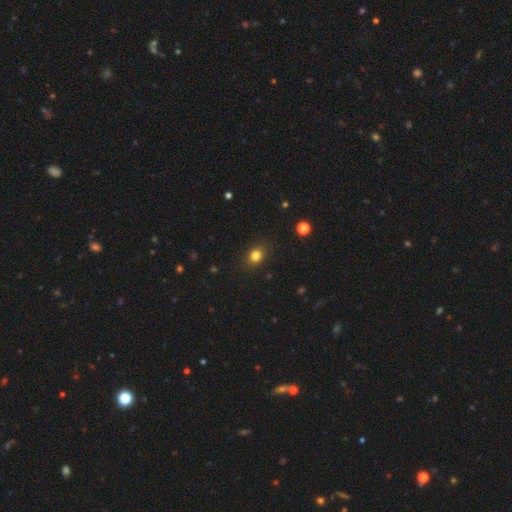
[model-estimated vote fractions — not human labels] This is clearly a smooth galaxy (81%). How rounded: possibly round (51%). Merging: clearly none (88%).